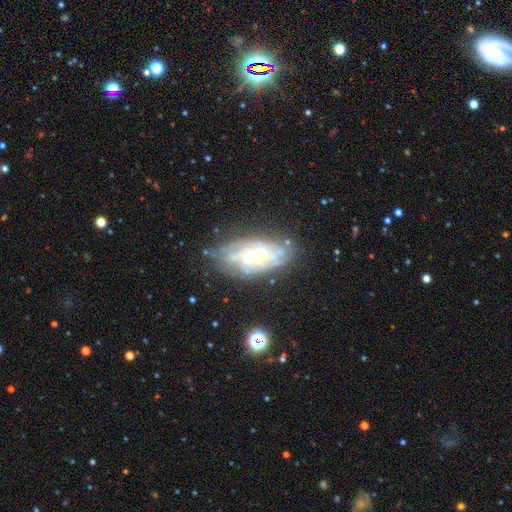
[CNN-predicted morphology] This appears to be a featured or disk galaxy (80%) with no bar (60%), tight (64%) spiral arms (89%) and a moderate central bulge (50%). Merging: none (67%).